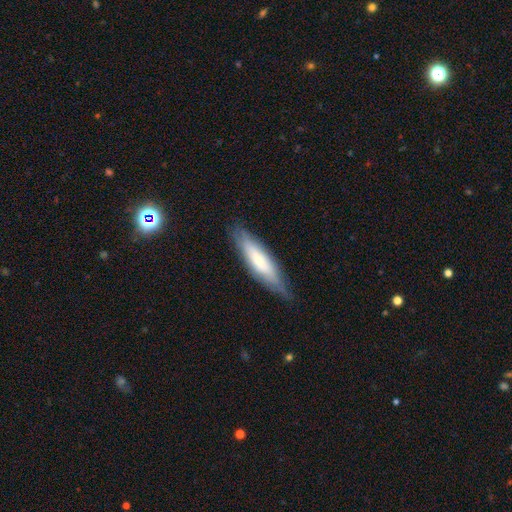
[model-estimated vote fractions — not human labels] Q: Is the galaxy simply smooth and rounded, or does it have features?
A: smooth — 55%.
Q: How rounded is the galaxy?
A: cigar-shaped — 75%.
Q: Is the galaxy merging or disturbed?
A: none — 81%.